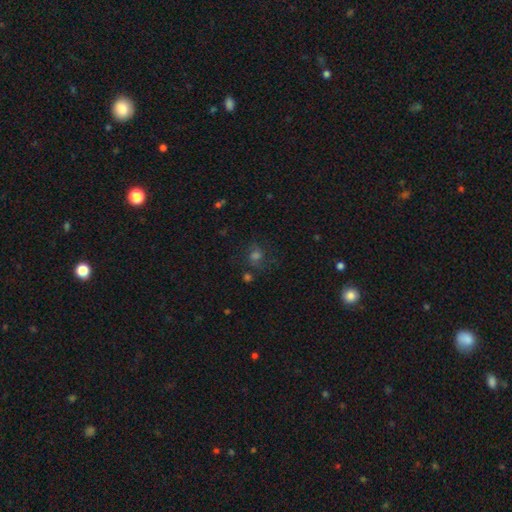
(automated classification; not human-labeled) smooth_or_featured: smooth (p=0.43) [alt: star or artifact p=0.36]
merging: none (p=0.70) [alt: minor disturbance p=0.15]